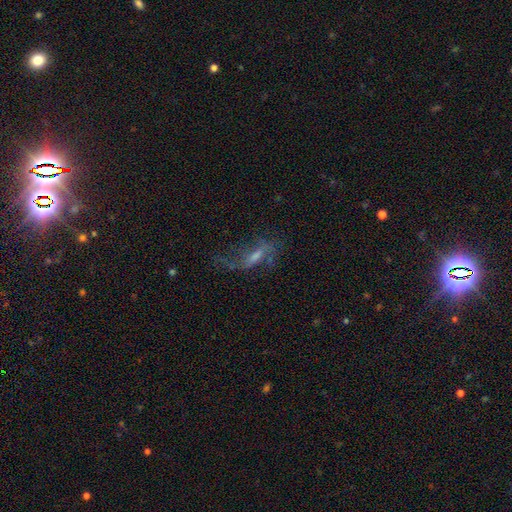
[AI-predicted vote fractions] smooth_or_featured: featured or disk (p=0.63) [alt: smooth p=0.22]
disk_edge_on: no (p=0.80) [alt: yes p=0.20]
bar: weak (p=0.43) [alt: no p=0.34]
has_spiral_arms: yes (p=0.73) [alt: no p=0.27]
bulge_size: small (p=0.41) [alt: moderate p=0.35]
merging: none (p=0.47) [alt: major disturbance p=0.29]